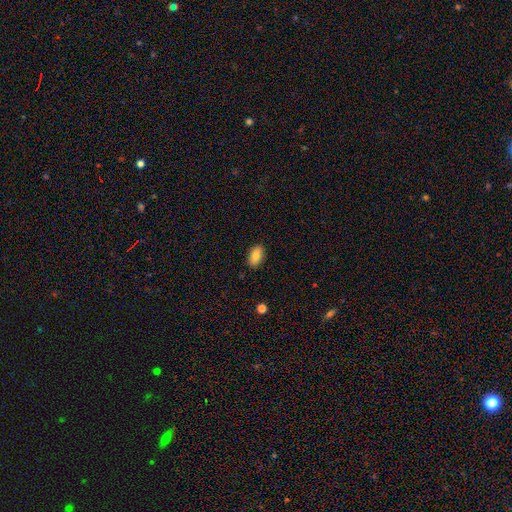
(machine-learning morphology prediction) A smooth galaxy with no disk features (79%) that is in between round and cigar-shaped (91%).

Vote fractions:
- Smooth or featured? smooth: 79% / featured or disk: 13% / star or artifact: 8%
- How rounded? in between: 91% / round: 6% / cigar-shaped: 3%
- Merging? none: 88% / minor disturbance: 9% / major disturbance: 2% / merger: 1%